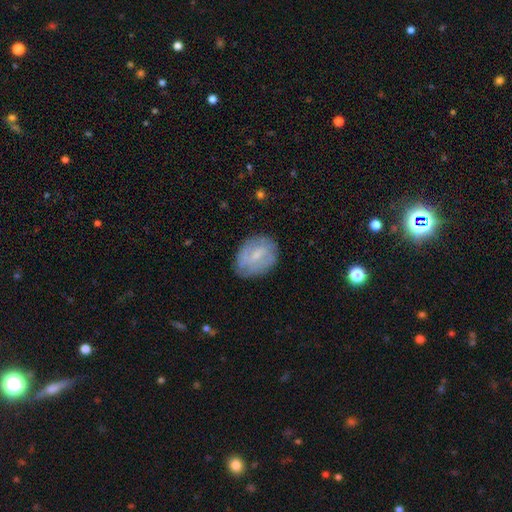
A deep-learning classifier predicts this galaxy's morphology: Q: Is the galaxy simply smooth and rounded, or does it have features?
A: featured or disk — 51%.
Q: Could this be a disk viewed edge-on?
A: no — 97%.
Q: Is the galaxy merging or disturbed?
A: none — 73%.